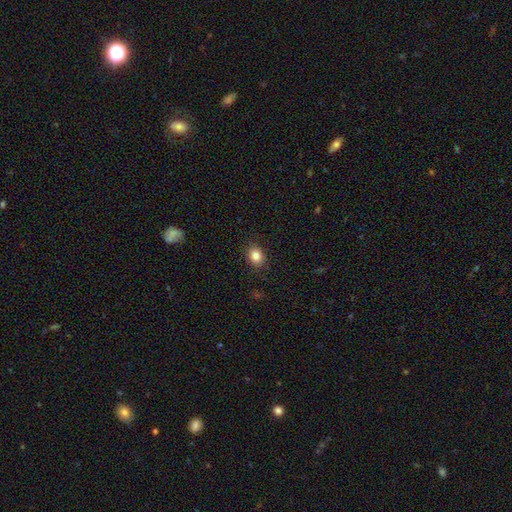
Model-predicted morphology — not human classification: This is clearly a smooth galaxy (84%). How rounded: possibly in between (50%). Merging: clearly none (88%).